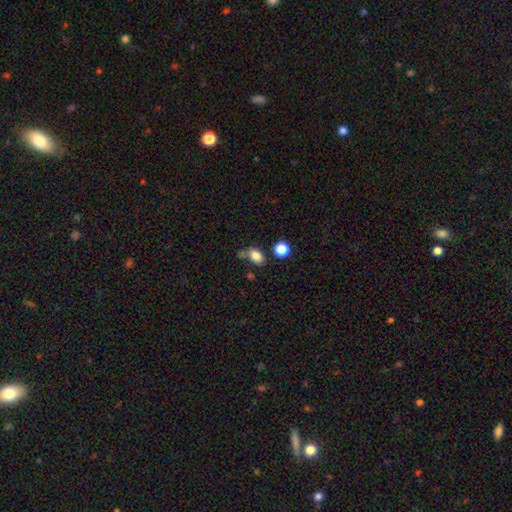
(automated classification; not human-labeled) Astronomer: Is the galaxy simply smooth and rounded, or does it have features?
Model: smooth — 83%.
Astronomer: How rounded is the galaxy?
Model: in between — 78%.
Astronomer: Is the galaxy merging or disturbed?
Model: none — 63%.